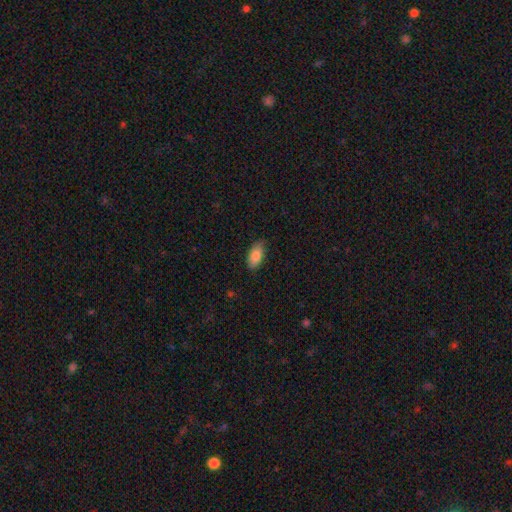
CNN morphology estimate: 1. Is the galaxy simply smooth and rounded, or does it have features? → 84% smooth, 9% featured or disk, 6% star or artifact.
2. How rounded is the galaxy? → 91% in between, 7% cigar-shaped, 3% round.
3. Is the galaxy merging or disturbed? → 79% none, 18% minor disturbance, 3% major disturbance, 1% merger.